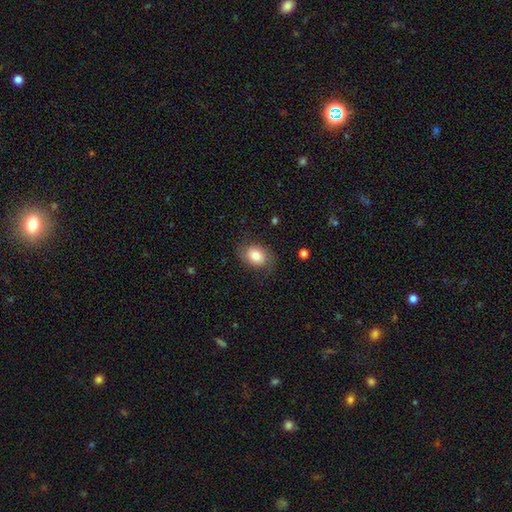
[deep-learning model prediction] Smooth or featured?
  - smooth: 68% *
  - featured or disk: 24%
  - star or artifact: 8%
How rounded?
  - in between: 66% *
  - round: 32%
  - cigar-shaped: 1%
Merging?
  - none: 71% *
  - minor disturbance: 19%
  - major disturbance: 9%
  - merger: 1%